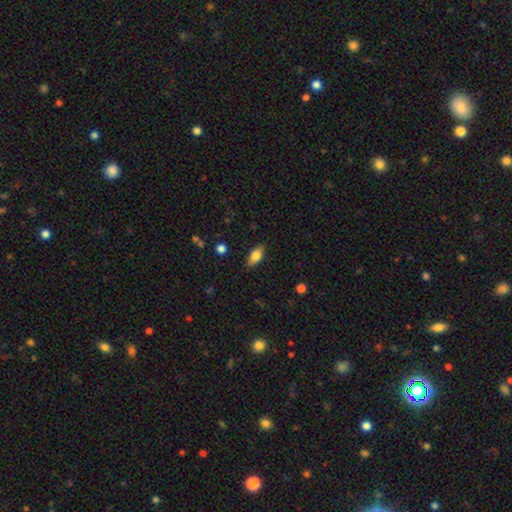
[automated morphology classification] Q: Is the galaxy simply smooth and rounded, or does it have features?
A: smooth — 74%.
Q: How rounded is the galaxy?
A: in between — 84%.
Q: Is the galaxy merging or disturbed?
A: none — 84%.